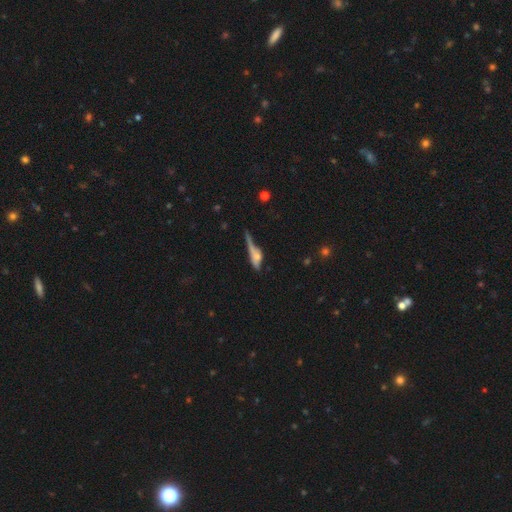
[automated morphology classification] This is possibly a smooth galaxy (46%). Merging: marginally none (32%).